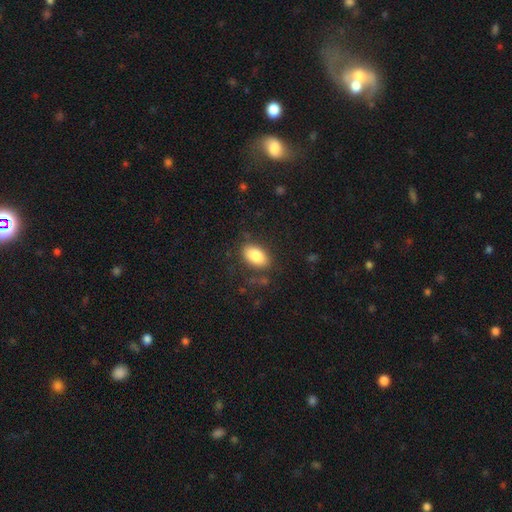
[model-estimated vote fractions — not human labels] Smooth or featured? Predicted: smooth (p=0.84). How rounded? Predicted: in between (p=0.92). Merging? Predicted: none (p=0.79).